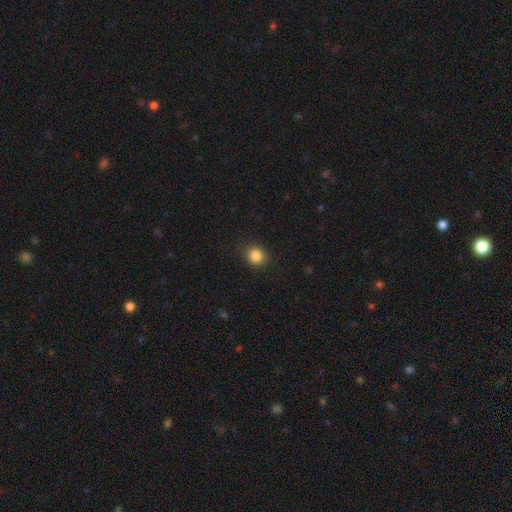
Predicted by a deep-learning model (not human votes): The model was most divided on "how rounded": round: 77%, in between: 22%, cigar-shaped: 1%. More confident: merging — none (86%); smooth or featured — smooth (85%).